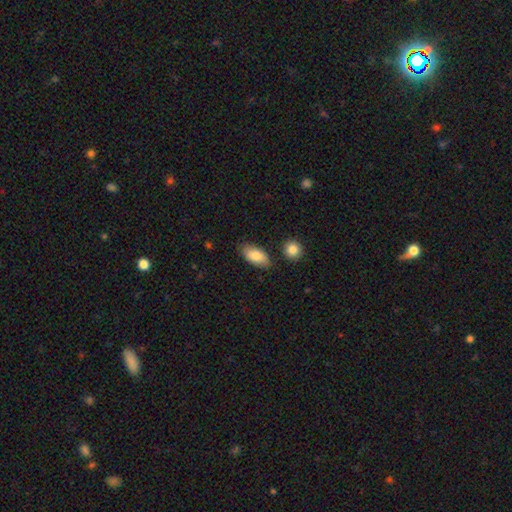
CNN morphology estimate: Smooth or featured? smooth (83%)
How rounded? in between (91%)
Merging? none (80%)